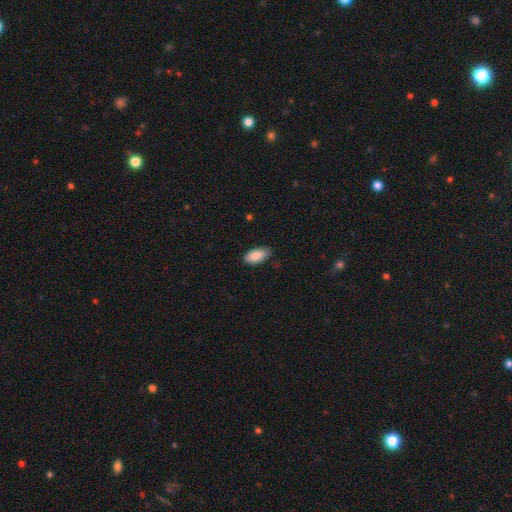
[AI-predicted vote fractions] Q: Smooth or featured?
A: smooth (89%); runner-up: star or artifact (6%)
Q: How rounded?
A: in between (93%); runner-up: cigar-shaped (4%)
Q: Merging?
A: none (82%); runner-up: minor disturbance (14%)